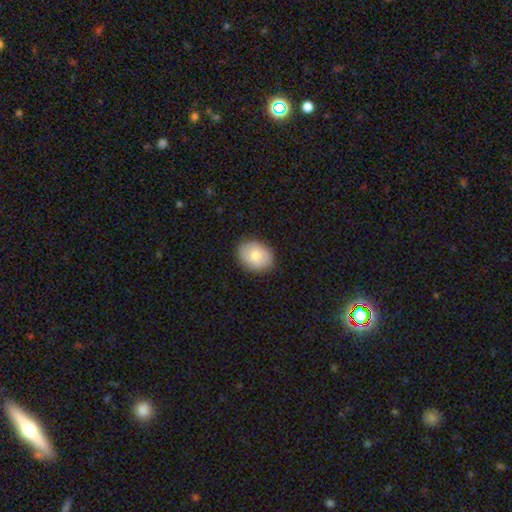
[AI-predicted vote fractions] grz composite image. It shows a smooth galaxy with no disk features (78%) that is in between round and cigar-shaped (53%). Merging: none (86%).